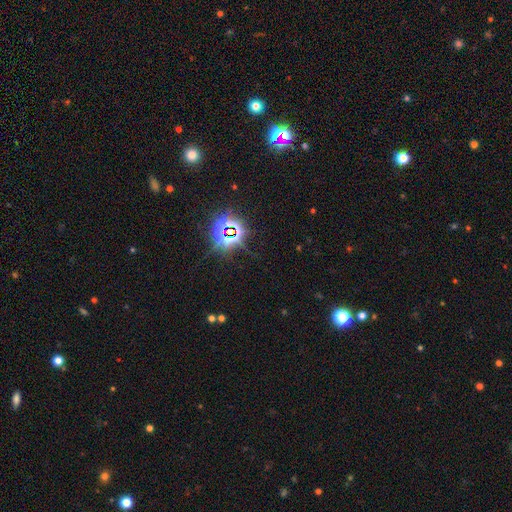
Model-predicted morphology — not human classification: Overall: star or artifact (81%).